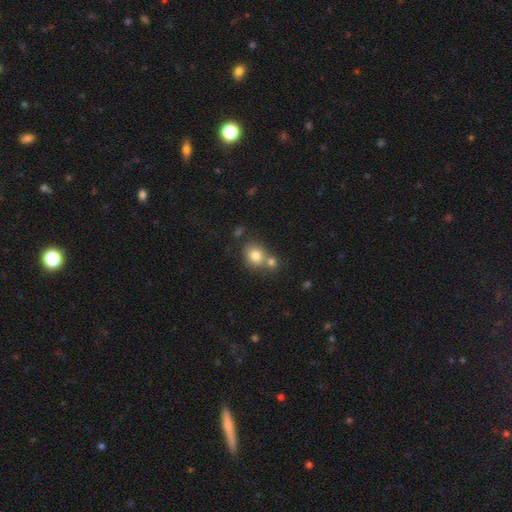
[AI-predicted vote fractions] smooth-or-featured: smooth: 79% | star or artifact: 11% | featured or disk: 10%
  how-rounded: round: 68% | in between: 31% | cigar-shaped: 1%
  merging: none: 50% | merger: 37% | minor disturbance: 10% | major disturbance: 3%